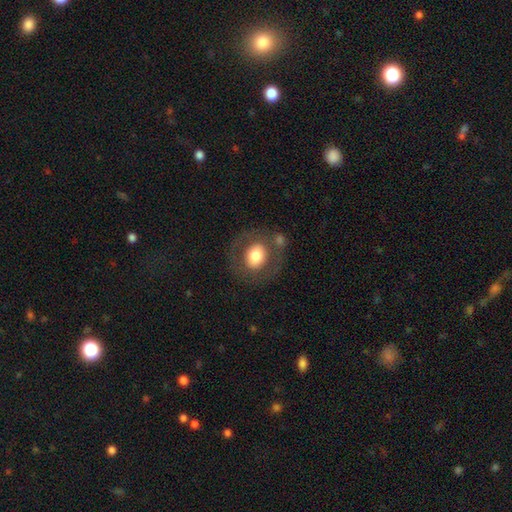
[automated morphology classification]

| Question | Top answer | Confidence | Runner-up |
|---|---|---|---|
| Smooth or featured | smooth | 64% | featured or disk (28%) |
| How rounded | round | 65% | in between (34%) |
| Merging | none | 73% | minor disturbance (13%) |